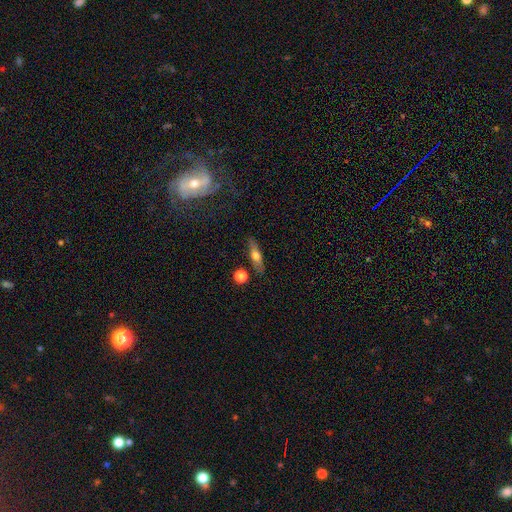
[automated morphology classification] A smooth galaxy with no disk features (50%) that is cigar-shaped (62%). Merging: none (83%).